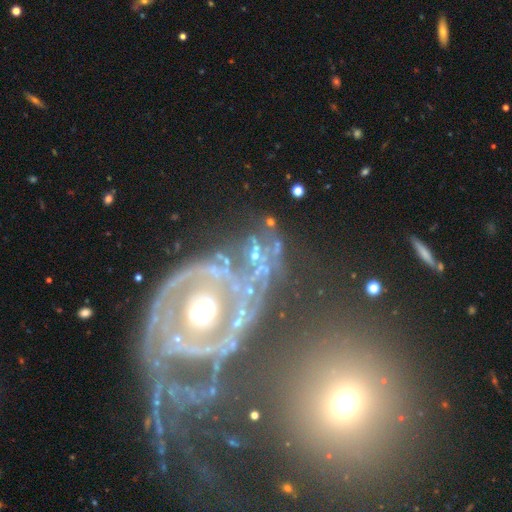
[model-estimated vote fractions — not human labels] Smooth or featured?
  - featured or disk: 71% *
  - star or artifact: 16%
  - smooth: 12%
Edge-on disk?
  - no: 96% *
  - yes: 4%
Bar?
  - no: 65% *
  - weak: 21%
  - strong: 14%
Spiral arms?
  - yes: 72% *
  - no: 28%
Bulge size?
  - moderate: 62% *
  - small: 19%
  - large: 12%
  - none: 4%
  - dominant: 3%
Merging?
  - none: 53% *
  - major disturbance: 24%
  - minor disturbance: 16%
  - merger: 7%